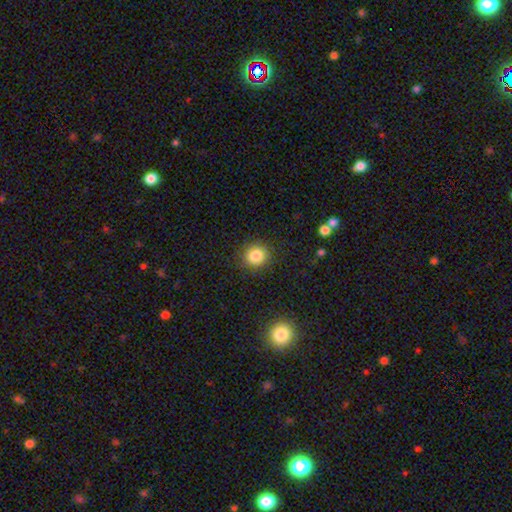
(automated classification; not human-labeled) Smooth or featured: smooth — 84% (star or artifact — 11%)
How rounded: round — 89% (in between — 10%)
Merging: none — 89% (minor disturbance — 7%)